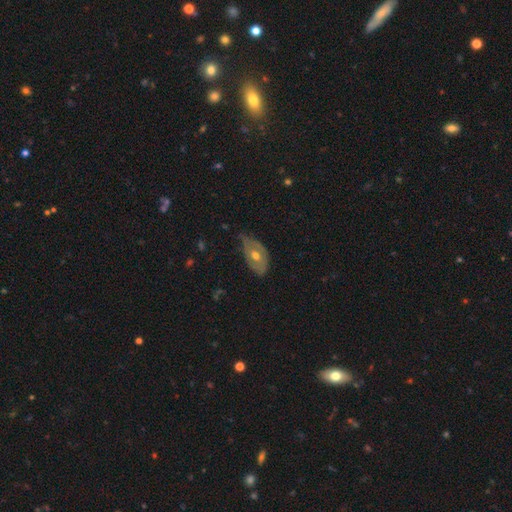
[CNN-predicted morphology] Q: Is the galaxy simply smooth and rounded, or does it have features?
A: featured or disk — 54%.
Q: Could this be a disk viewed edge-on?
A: no — 88%.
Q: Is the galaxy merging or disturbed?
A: minor disturbance — 42%.